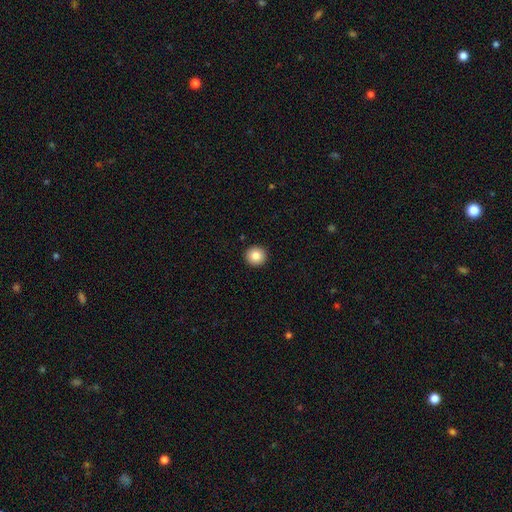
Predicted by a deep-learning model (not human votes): This appears to be a smooth galaxy with no disk features (84%) that is round (95%). Merging: none (93%).